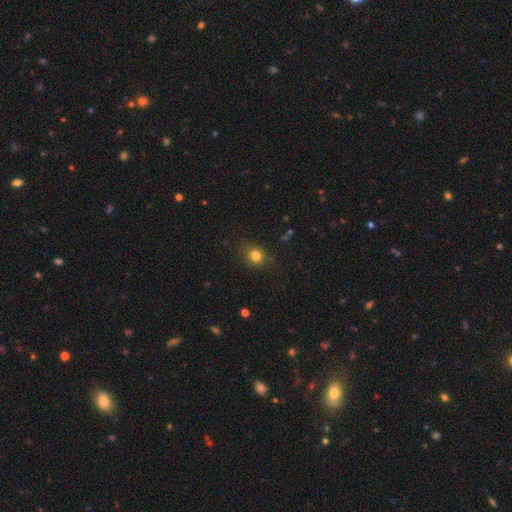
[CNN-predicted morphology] smooth_or_featured: smooth (p=0.80) [alt: star or artifact p=0.13]
how_rounded: round (p=0.68) [alt: in between p=0.31]
merging: none (p=0.81) [alt: minor disturbance p=0.14]